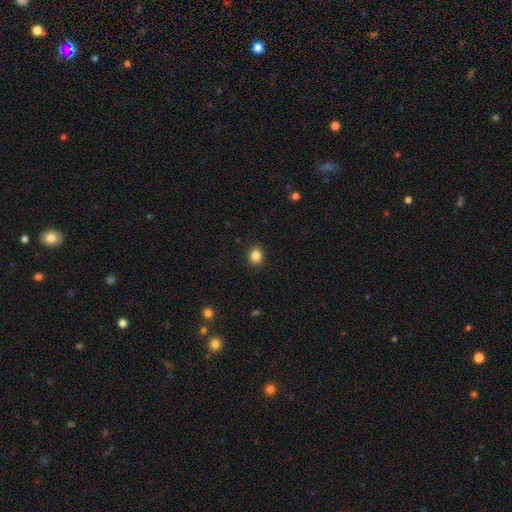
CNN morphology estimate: type=smooth (85%); roundness=round (61%); merging=none (89%).